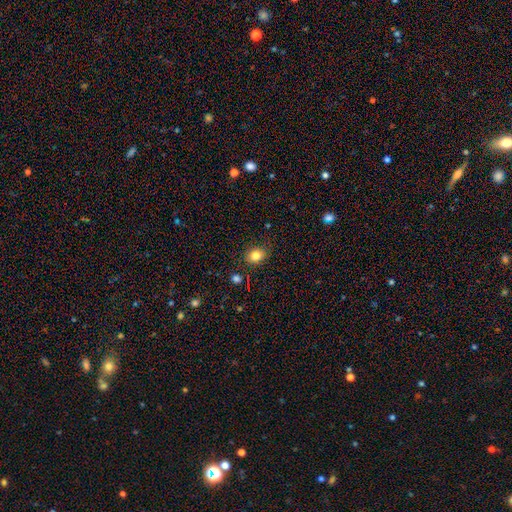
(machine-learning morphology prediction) This appears to be a smooth galaxy with no disk features (81%) that is round (54%). Merging: none (84%).